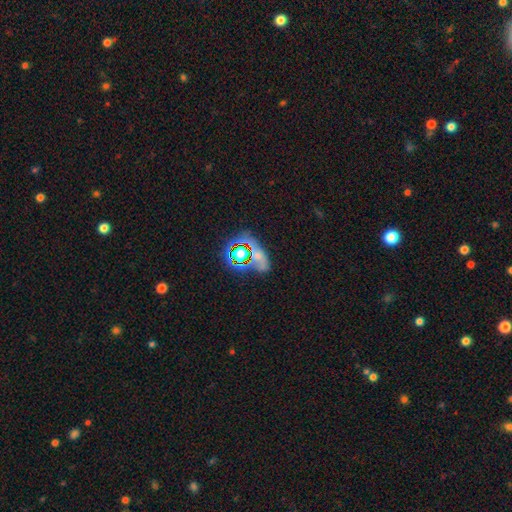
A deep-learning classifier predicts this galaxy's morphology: Smooth or featured?
  - star or artifact: 50% *
  - smooth: 31%
  - featured or disk: 19%